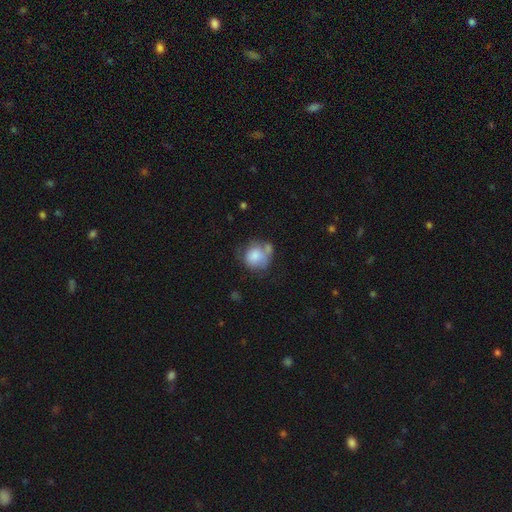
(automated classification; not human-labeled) This appears to be a smooth galaxy with no disk features (76%) that is round (78%). Merging: none (38%).